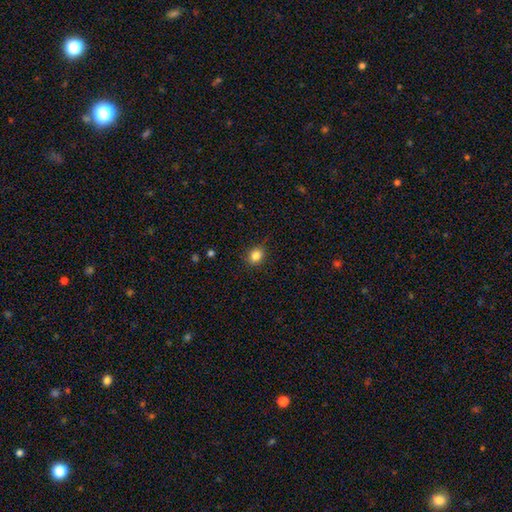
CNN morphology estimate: smooth_or_featured: smooth (p=0.84) [alt: star or artifact p=0.11]
how_rounded: round (p=0.57) [alt: in between p=0.42]
merging: none (p=0.87) [alt: minor disturbance p=0.10]